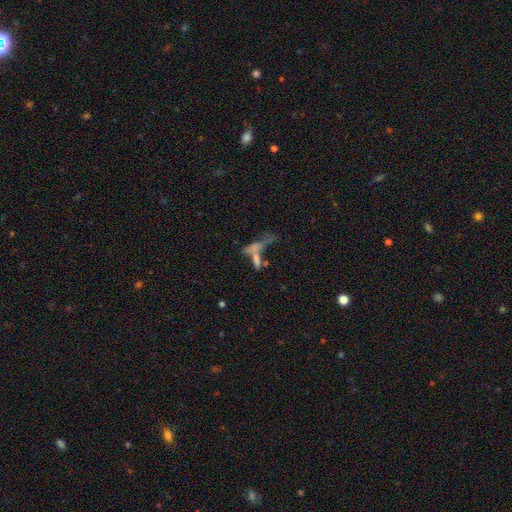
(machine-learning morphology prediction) This is possibly a smooth galaxy (49%). Merging: possibly merger (48%).